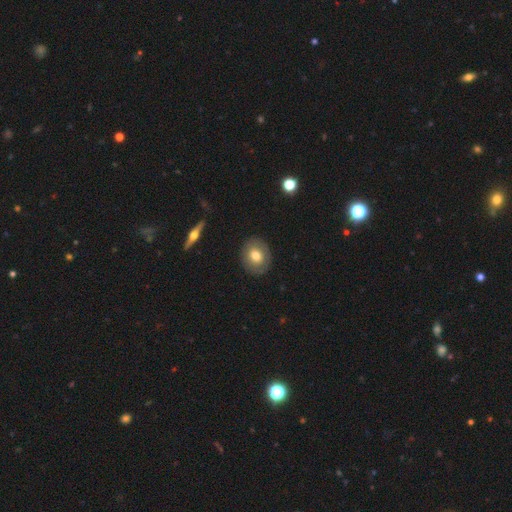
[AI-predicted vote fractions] A smooth galaxy with no disk features (70%) that is round (61%).

Vote fractions:
- Smooth or featured? smooth: 70% / featured or disk: 22% / star or artifact: 8%
- How rounded? round: 61% / in between: 38% / cigar-shaped: 1%
- Merging? none: 88% / minor disturbance: 9% / major disturbance: 2% / merger: 1%